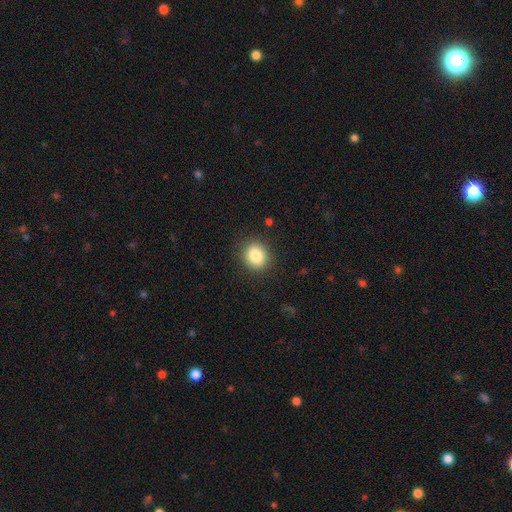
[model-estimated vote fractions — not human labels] Morphology: type=smooth (84%); roundness=round (72%); merging=none (88%).